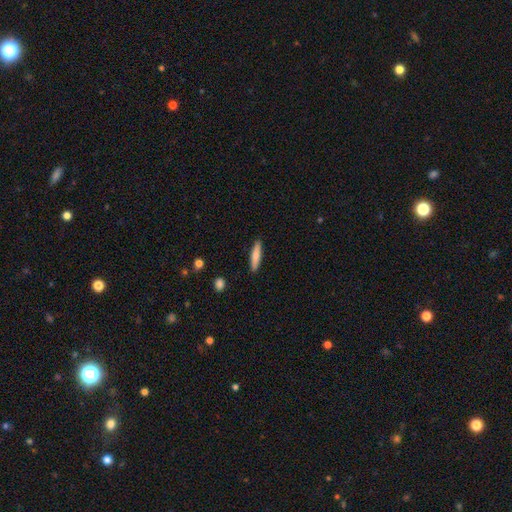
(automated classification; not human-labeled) A smooth galaxy with no disk features (77%) that is cigar-shaped (85%). Merging: none (90%).